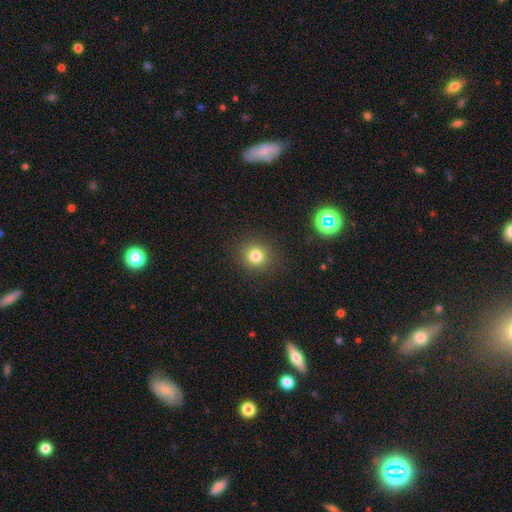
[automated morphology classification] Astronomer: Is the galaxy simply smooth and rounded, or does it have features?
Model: smooth — 80%.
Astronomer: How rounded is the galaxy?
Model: round — 91%.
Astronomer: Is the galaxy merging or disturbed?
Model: none — 90%.